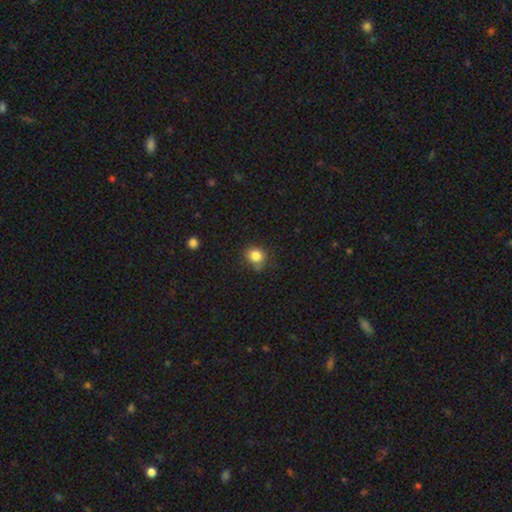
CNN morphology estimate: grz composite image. It shows a smooth galaxy with no disk features (83%) that is round (78%). Merging: none (69%).